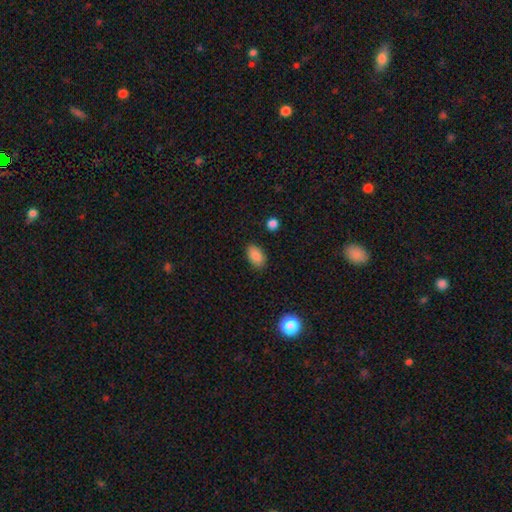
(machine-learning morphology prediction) A smooth galaxy with no disk features (87%) that is in between round and cigar-shaped (91%). Merging: none (85%).